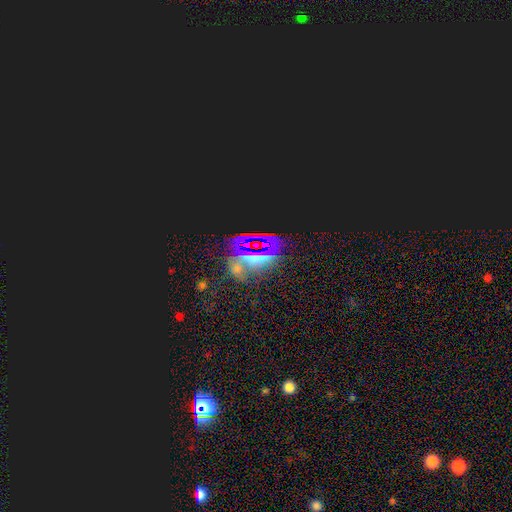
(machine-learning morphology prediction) smooth_or_featured: star or artifact (p=0.75) [alt: smooth p=0.13]